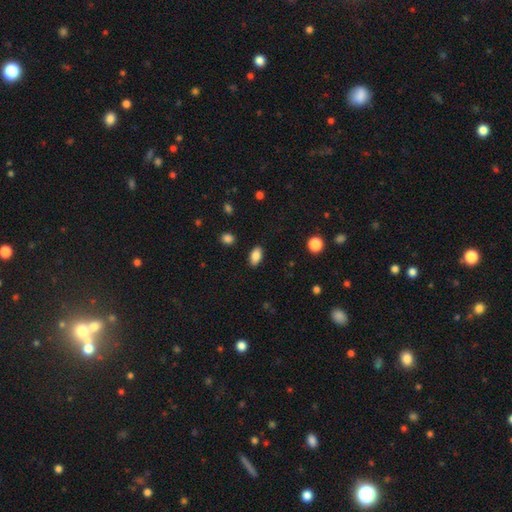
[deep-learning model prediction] smooth_or_featured: smooth (p=0.85) [alt: star or artifact p=0.08]
how_rounded: in between (p=0.91) [alt: round p=0.05]
merging: none (p=0.88) [alt: minor disturbance p=0.09]